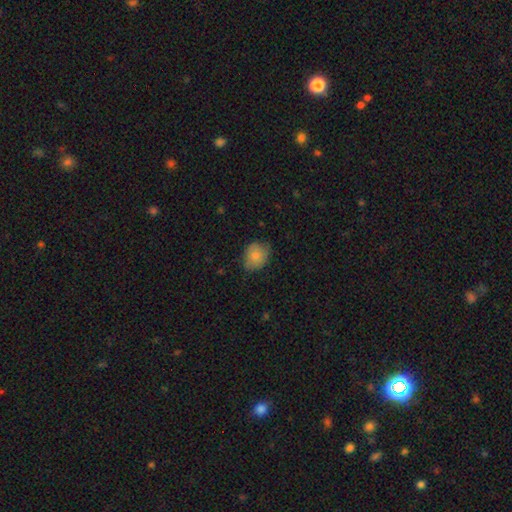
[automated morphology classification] A smooth galaxy with no disk features (80%) that is in between round and cigar-shaped (52%).

Vote fractions:
- Smooth or featured? smooth: 80% / featured or disk: 12% / star or artifact: 8%
- How rounded? in between: 52% / round: 47% / cigar-shaped: 1%
- Merging? none: 64% / minor disturbance: 29% / major disturbance: 6% / merger: 1%